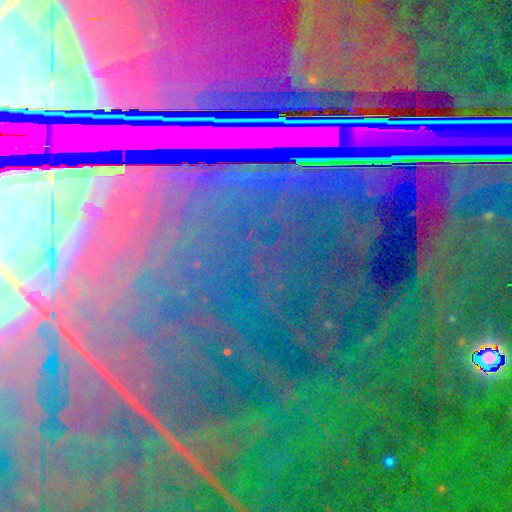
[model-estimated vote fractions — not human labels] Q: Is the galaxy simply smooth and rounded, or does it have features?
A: star or artifact — 88%.